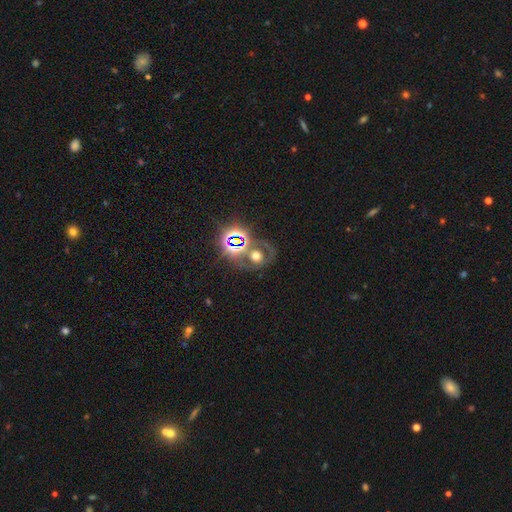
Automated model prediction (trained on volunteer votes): Smooth or featured? star or artifact (37%)